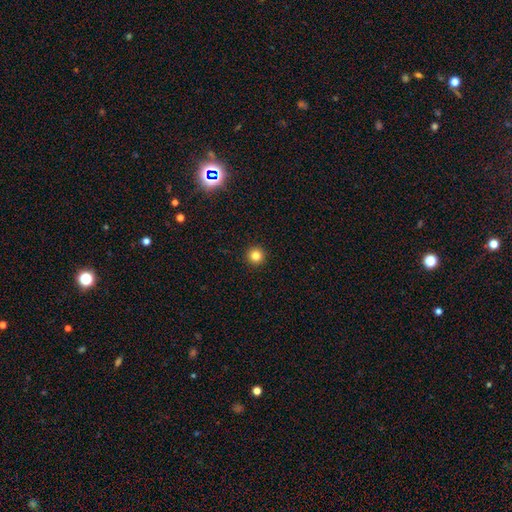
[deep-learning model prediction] Q: Smooth or featured?
A: smooth (83%); runner-up: star or artifact (12%)
Q: How rounded?
A: round (96%); runner-up: in between (3%)
Q: Merging?
A: none (94%); runner-up: minor disturbance (4%)